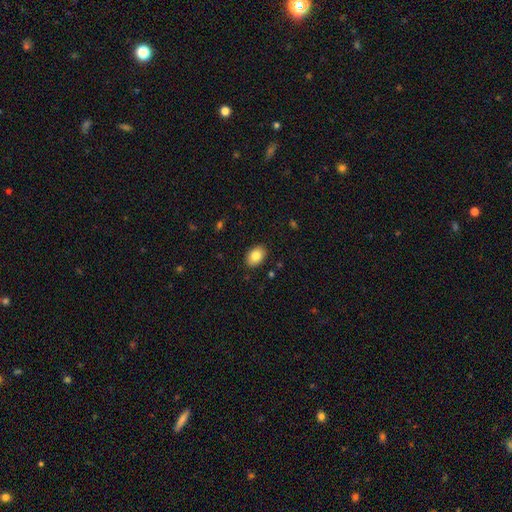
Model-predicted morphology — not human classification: Smooth or featured?
  - smooth: 84% *
  - featured or disk: 8%
  - star or artifact: 8%
How rounded?
  - in between: 84% *
  - round: 15%
  - cigar-shaped: 1%
Merging?
  - none: 89% *
  - minor disturbance: 8%
  - major disturbance: 2%
  - merger: 1%